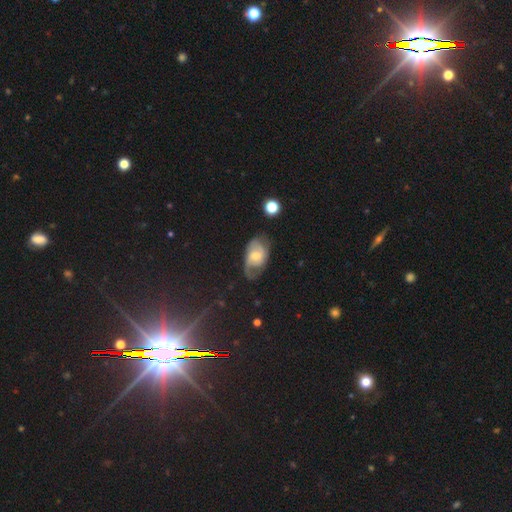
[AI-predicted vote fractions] smooth_or_featured: featured or disk (p=0.65) [alt: smooth p=0.27]
disk_edge_on: no (p=0.95) [alt: yes p=0.05]
bar: no (p=0.52) [alt: weak p=0.41]
has_spiral_arms: yes (p=0.88) [alt: no p=0.12]
spiral_winding: medium (p=0.47) [alt: tight p=0.30]
spiral_arm_count: 2 (p=0.65) [alt: can't tell p=0.19]
bulge_size: moderate (p=0.52) [alt: small p=0.38]
merging: none (p=0.55) [alt: minor disturbance p=0.28]